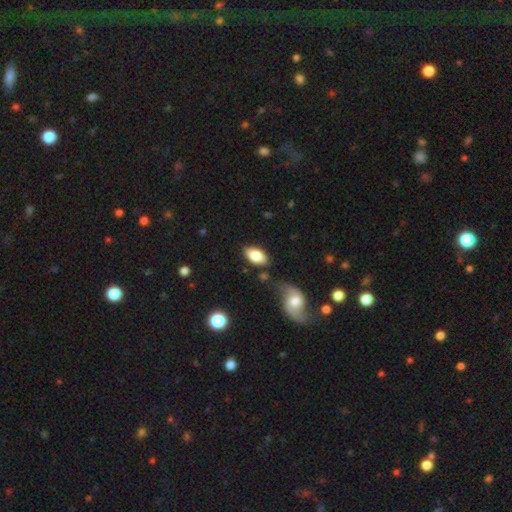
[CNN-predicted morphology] smooth_or_featured: smooth (p=0.83) [alt: featured or disk p=0.11]
how_rounded: in between (p=0.94) [alt: round p=0.04]
merging: none (p=0.78) [alt: minor disturbance p=0.13]